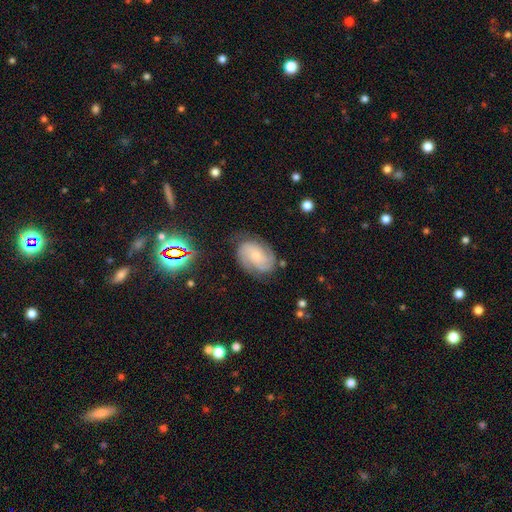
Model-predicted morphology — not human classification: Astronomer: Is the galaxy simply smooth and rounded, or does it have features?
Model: featured or disk — 74%.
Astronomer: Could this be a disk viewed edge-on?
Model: no — 97%.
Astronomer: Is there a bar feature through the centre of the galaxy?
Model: no — 69%.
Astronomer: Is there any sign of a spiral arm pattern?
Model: yes — 95%.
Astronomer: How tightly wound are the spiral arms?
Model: tight — 52% (runner-up: medium, 38%).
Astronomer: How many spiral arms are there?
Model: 2 — 44% (runner-up: 3, 23%).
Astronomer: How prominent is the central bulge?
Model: small — 67%.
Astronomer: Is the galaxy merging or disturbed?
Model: none — 72%.